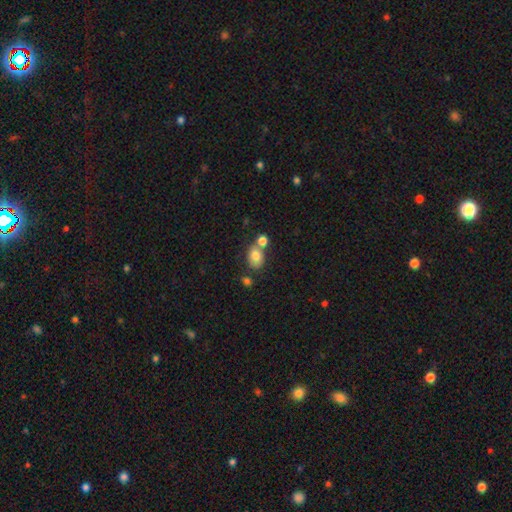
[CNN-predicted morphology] smooth_or_featured: smooth (p=0.78) [alt: featured or disk p=0.12]
how_rounded: in between (p=0.73) [alt: round p=0.26]
merging: none (p=0.53) [alt: merger p=0.30]